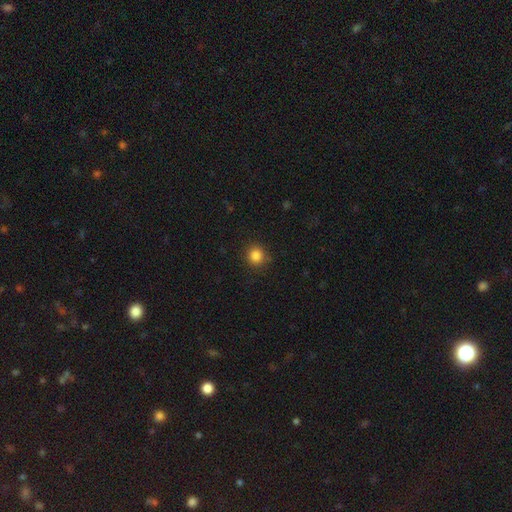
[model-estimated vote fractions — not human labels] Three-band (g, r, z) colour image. It shows a smooth galaxy with no disk features (84%) that is round (92%). Merging: none (89%).